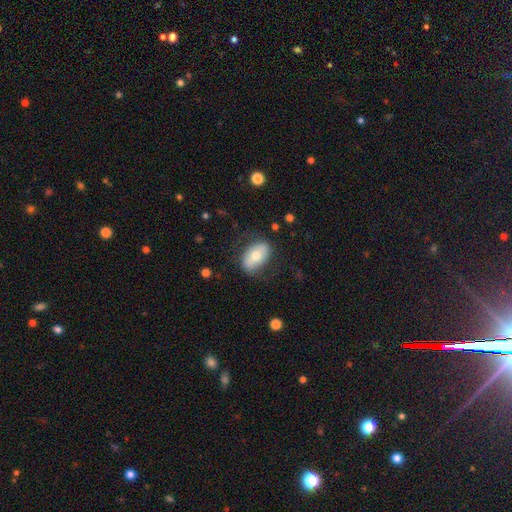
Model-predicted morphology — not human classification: A smooth galaxy with no disk features (61%) that is in between round and cigar-shaped (89%). Merging: none (74%).